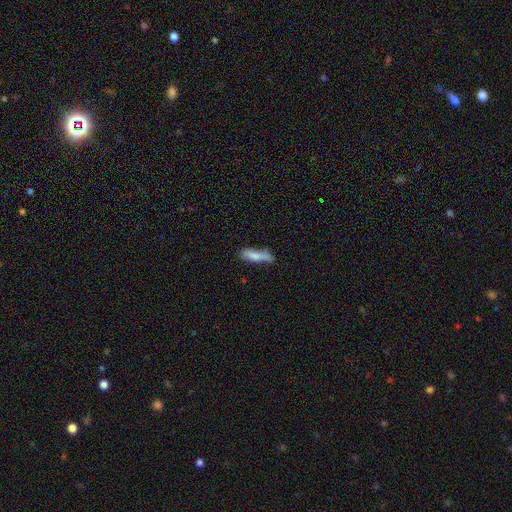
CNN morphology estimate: Smooth or featured? smooth (77%)
How rounded? cigar-shaped (68%)
Merging? none (60%)